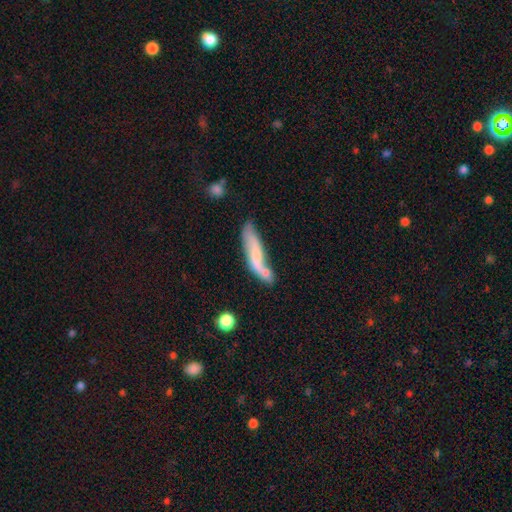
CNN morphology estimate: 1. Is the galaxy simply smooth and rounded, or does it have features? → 52% smooth, 41% featured or disk, 7% star or artifact.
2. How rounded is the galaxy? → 73% cigar-shaped, 24% in between, 2% round.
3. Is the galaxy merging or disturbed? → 35% none, 32% merger, 22% minor disturbance, 11% major disturbance.